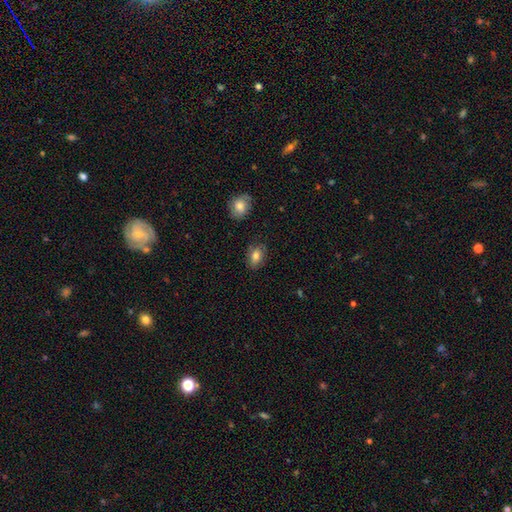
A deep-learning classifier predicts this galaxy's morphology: A smooth galaxy with no disk features (79%) that is in between round and cigar-shaped (84%). Merging: none (79%).